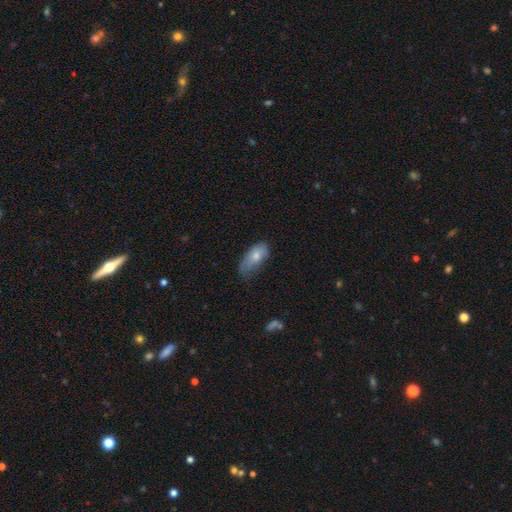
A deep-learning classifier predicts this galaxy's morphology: This appears to be a smooth galaxy with no disk features (76%) that is in between round and cigar-shaped (89%). Merging: minor disturbance (42%).